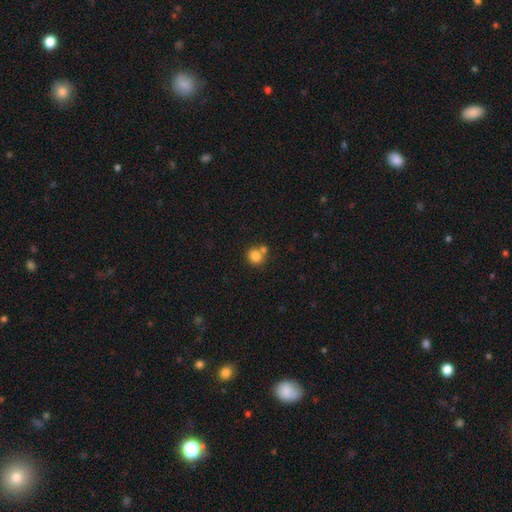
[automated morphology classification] Smooth or featured? smooth (82%)
How rounded? round (88%)
Merging? none (57%)